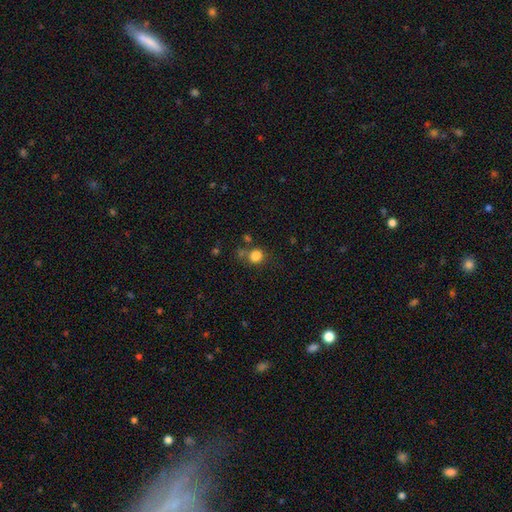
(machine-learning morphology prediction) This is clearly a smooth galaxy (82%). How rounded: likely round (73%). Merging: likely none (63%).